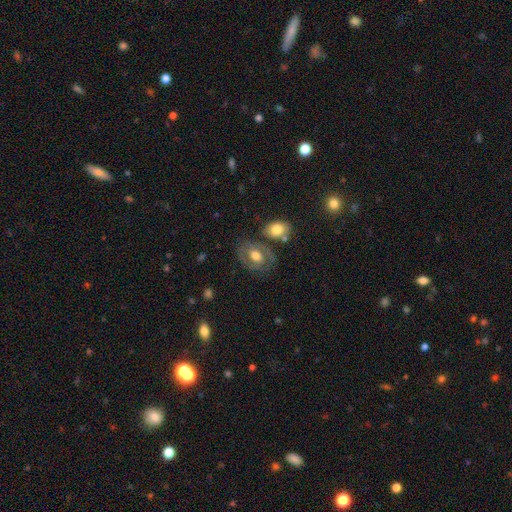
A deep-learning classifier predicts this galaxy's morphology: A featured or disk galaxy (53%) with no bar (56%), spiral arms (55%) and a moderate central bulge (61%).

Vote fractions:
- Smooth or featured? featured or disk: 53% / smooth: 40% / star or artifact: 7%
- Edge-on disk? no: 95% / yes: 5%
- Bar? no: 56% / weak: 32% / strong: 12%
- Spiral arms? yes: 55% / no: 45%
- Bulge size? moderate: 61% / large: 26% / small: 9% / dominant: 2% / none: 2%
- Merging? none: 66% / minor disturbance: 16% / merger: 9% / major disturbance: 9%